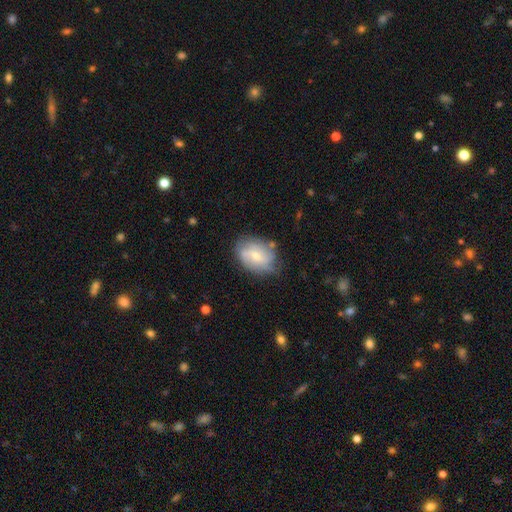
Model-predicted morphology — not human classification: Overall: featured or disk (59%; smooth 33%). Edge-on disk: no (96%). Bar: no (53%; weak 39%). Spiral arms: yes (83%). Bulge size: small (57%; moderate 39%). Merging: none (68%).